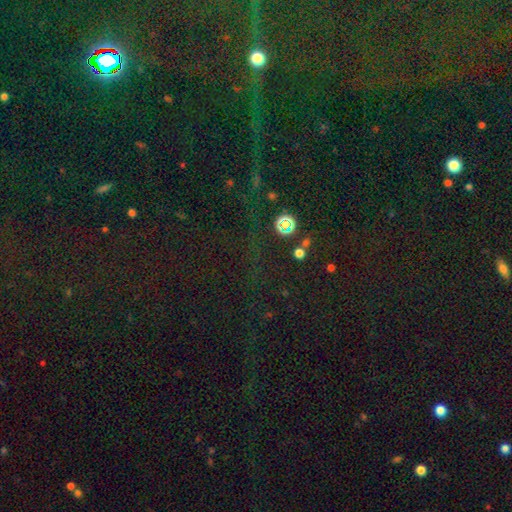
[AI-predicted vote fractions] Overall: star or artifact (81%).